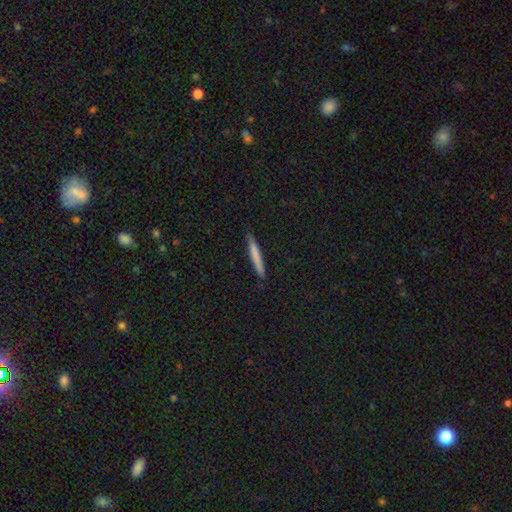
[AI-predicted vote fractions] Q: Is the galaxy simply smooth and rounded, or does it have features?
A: smooth — 72%.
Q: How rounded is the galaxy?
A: cigar-shaped — 96%.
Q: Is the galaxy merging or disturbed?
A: none — 88%.